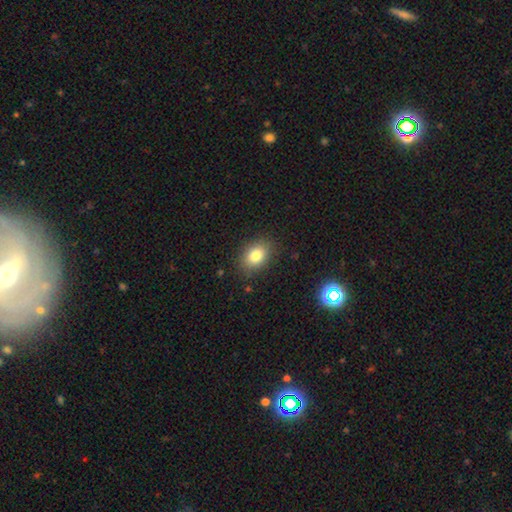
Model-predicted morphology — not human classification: This appears to be a smooth galaxy with no disk features (82%) that is in between round and cigar-shaped (76%). Merging: none (84%).